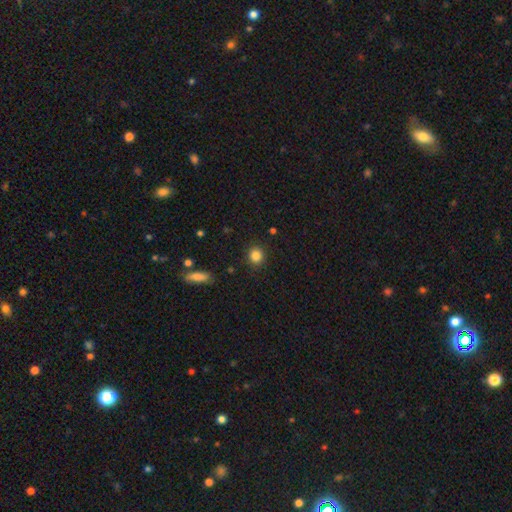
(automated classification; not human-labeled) Smooth or featured?
  - smooth: 85% *
  - star or artifact: 11%
  - featured or disk: 4%
How rounded?
  - round: 85% *
  - in between: 13%
  - cigar-shaped: 1%
Merging?
  - none: 88% *
  - minor disturbance: 8%
  - major disturbance: 2%
  - merger: 2%